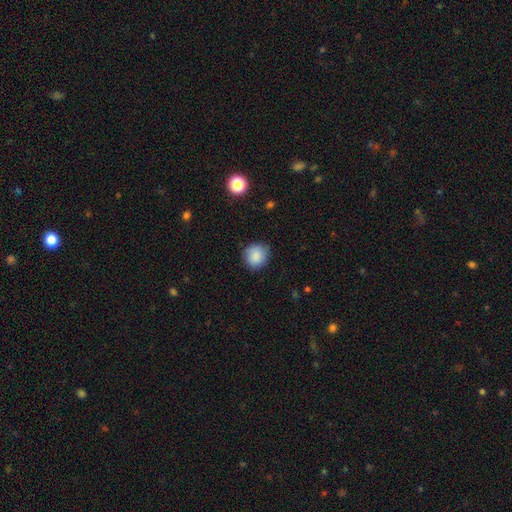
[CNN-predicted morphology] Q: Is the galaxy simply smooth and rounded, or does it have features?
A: smooth — 87%.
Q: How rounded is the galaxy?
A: round — 88%.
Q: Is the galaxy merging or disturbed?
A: none — 81%.